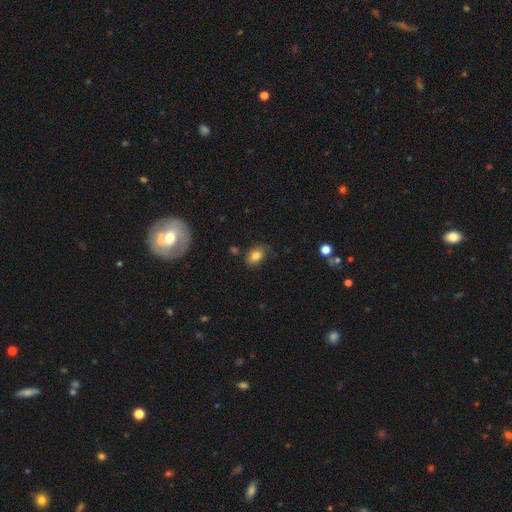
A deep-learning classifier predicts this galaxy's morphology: smooth-or-featured: smooth: 80% | featured or disk: 10% | star or artifact: 9%
  how-rounded: in between: 74% | round: 25% | cigar-shaped: 1%
  merging: none: 65% | minor disturbance: 24% | major disturbance: 8% | merger: 3%